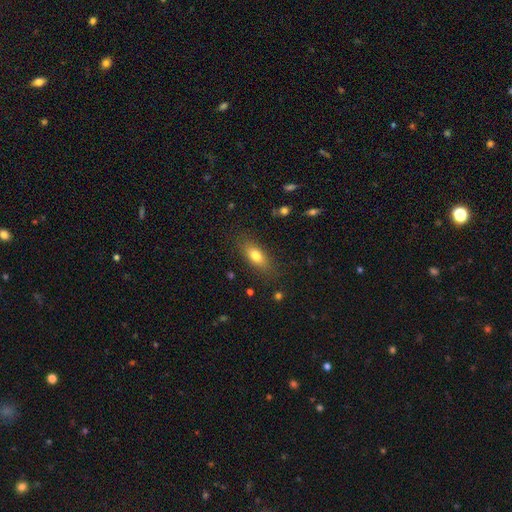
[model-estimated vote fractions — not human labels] Q: Smooth or featured?
A: smooth (76%); runner-up: featured or disk (15%)
Q: How rounded?
A: in between (77%); runner-up: cigar-shaped (18%)
Q: Merging?
A: none (82%); runner-up: minor disturbance (12%)